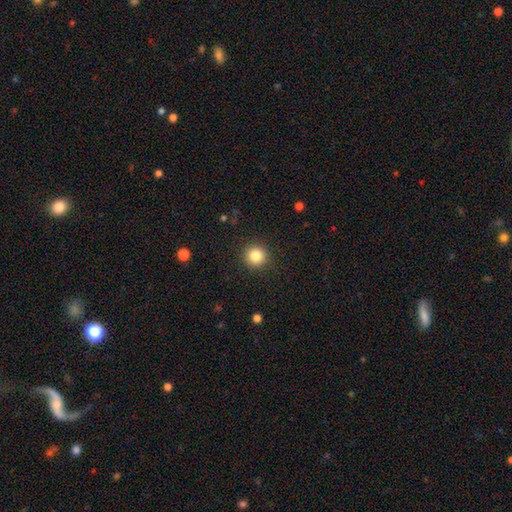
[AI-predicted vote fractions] Q: Smooth or featured?
A: smooth (84%); runner-up: star or artifact (11%)
Q: How rounded?
A: round (95%); runner-up: in between (4%)
Q: Merging?
A: none (91%); runner-up: minor disturbance (6%)